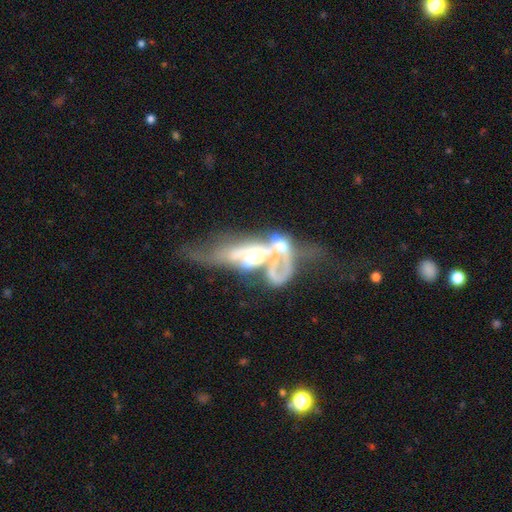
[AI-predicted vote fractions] Overall: featured or disk (74%). Edge-on disk: no (83%). Bar: no (65%). Spiral arms: yes (58%; no 42%). Bulge size: moderate (54%; small 20%). Merging: merger (64%).